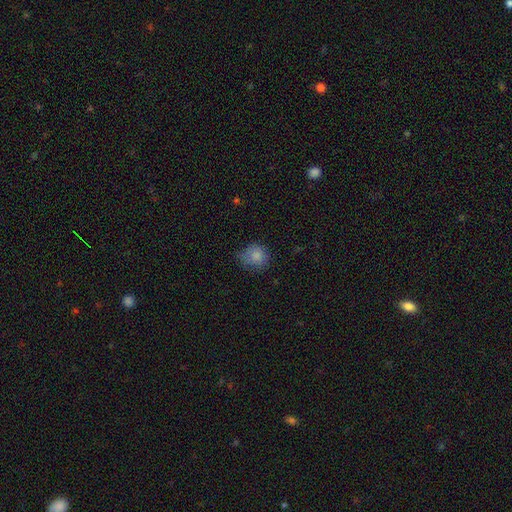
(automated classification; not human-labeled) smooth-or-featured: smooth: 83% | star or artifact: 10% | featured or disk: 7%
  how-rounded: round: 76% | in between: 23% | cigar-shaped: 1%
  merging: none: 59% | minor disturbance: 30% | major disturbance: 10% | merger: 2%